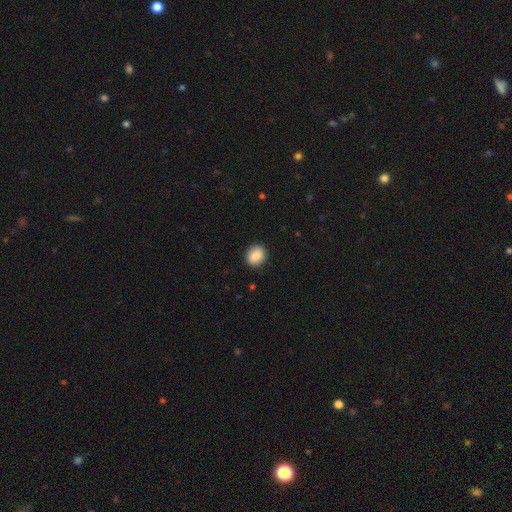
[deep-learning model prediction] Morphology: type=smooth (88%); roundness=round (72%); merging=none (88%).